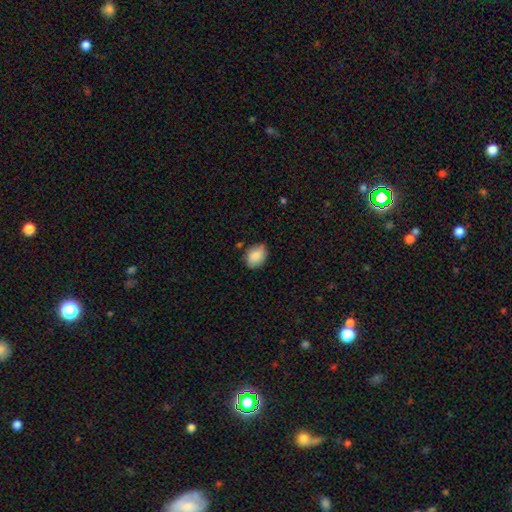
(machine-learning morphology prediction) smooth-or-featured: smooth: 87% | star or artifact: 7% | featured or disk: 6%
  how-rounded: in between: 66% | round: 33% | cigar-shaped: 1%
  merging: none: 77% | minor disturbance: 18% | major disturbance: 3% | merger: 2%